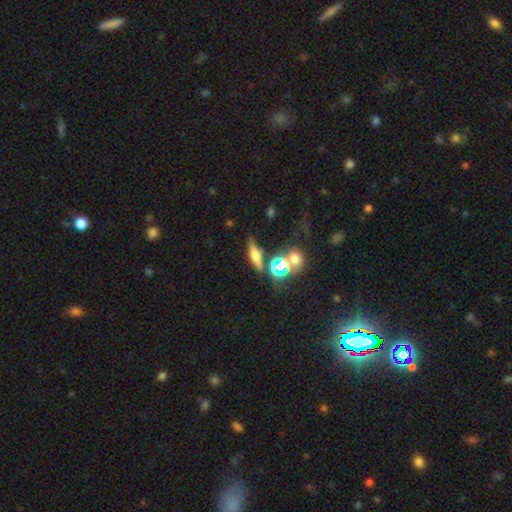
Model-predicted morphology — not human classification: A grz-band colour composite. It shows a smooth galaxy with no disk features (42%). Merging: none (72%).